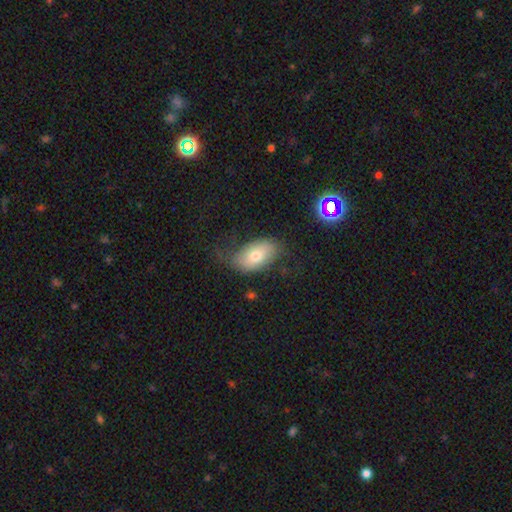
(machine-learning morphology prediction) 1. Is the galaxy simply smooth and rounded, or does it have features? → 65% smooth, 26% featured or disk, 9% star or artifact.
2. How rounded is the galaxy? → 91% in between, 7% round, 2% cigar-shaped.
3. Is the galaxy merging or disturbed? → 50% none, 27% minor disturbance, 21% major disturbance, 2% merger.